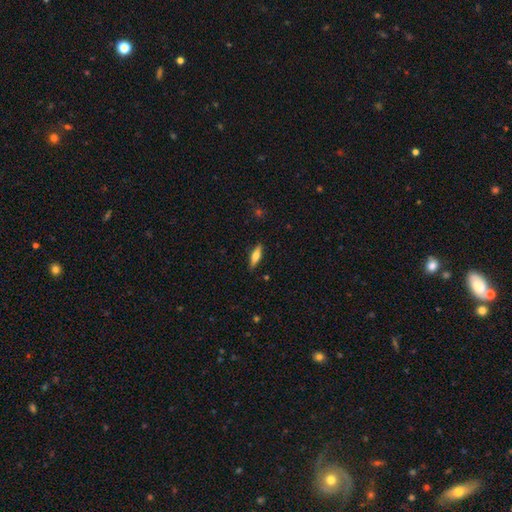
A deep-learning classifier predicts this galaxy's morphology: This is possibly a smooth galaxy (60%). How rounded: possibly cigar-shaped (58%). Merging: clearly none (87%).